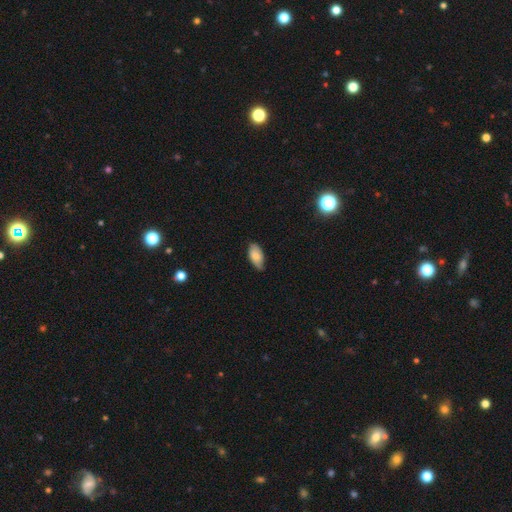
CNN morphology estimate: Overall: smooth (78%). How rounded: in between (94%). Merging: none (69%).